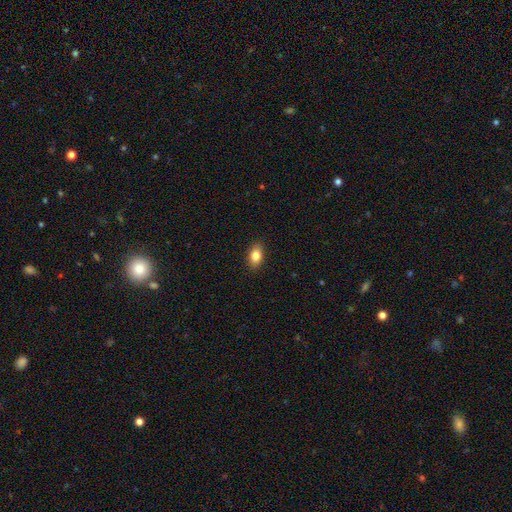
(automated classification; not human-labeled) The model was most divided on "smooth or featured": smooth: 84%, featured or disk: 8%, star or artifact: 8%. More confident: merging — none (88%); how rounded — in between (87%).